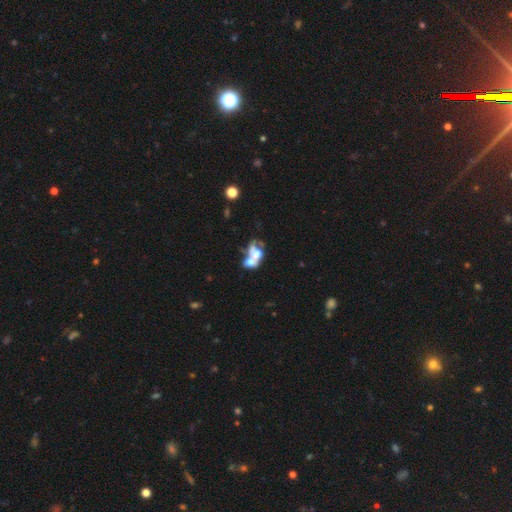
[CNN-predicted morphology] This is possibly a featured or disk galaxy (46%). Merging: likely merger (72%).